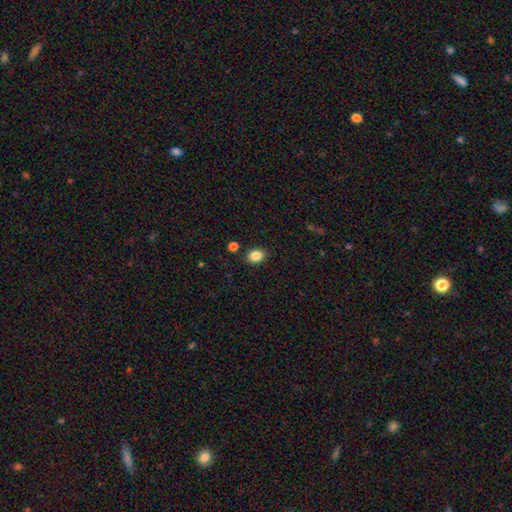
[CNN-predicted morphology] The model was most divided on "how rounded": in between: 61%, round: 38%, cigar-shaped: 1%. More confident: merging — none (86%); smooth or featured — smooth (85%).